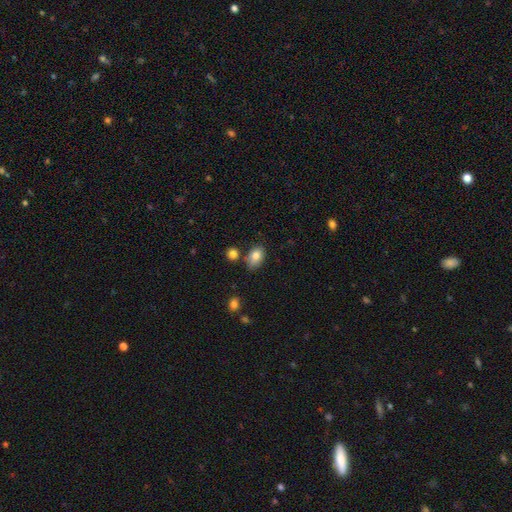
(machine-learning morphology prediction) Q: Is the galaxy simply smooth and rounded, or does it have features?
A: smooth — 81%.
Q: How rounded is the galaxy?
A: in between — 83%.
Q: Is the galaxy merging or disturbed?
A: none — 65%.